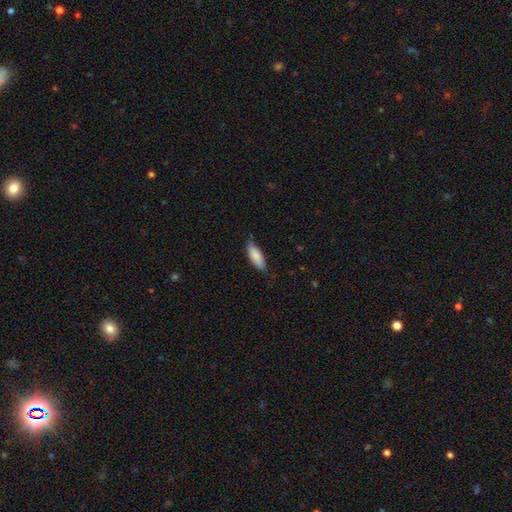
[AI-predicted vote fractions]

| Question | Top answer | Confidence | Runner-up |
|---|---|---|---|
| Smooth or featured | smooth | 86% | featured or disk (9%) |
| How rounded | in between | 69% | cigar-shaped (29%) |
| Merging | none | 70% | minor disturbance (25%) |